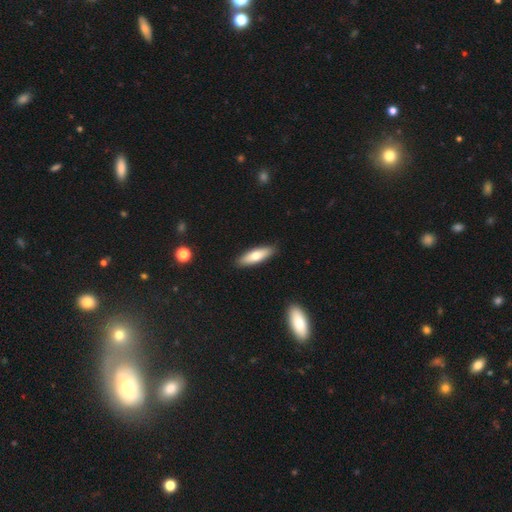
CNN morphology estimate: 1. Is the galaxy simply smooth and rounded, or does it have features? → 69% smooth, 25% featured or disk, 6% star or artifact.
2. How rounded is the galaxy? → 49% cigar-shaped (tied), 49% in between (tied), 2% round.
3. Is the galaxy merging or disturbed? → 89% none, 8% minor disturbance, 2% major disturbance, 1% merger.